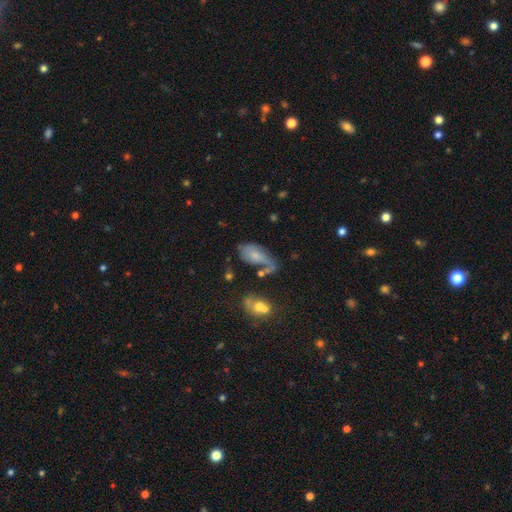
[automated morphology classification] Overall: smooth (46%; featured or disk 43%). Merging: major disturbance (33%; none 30%).